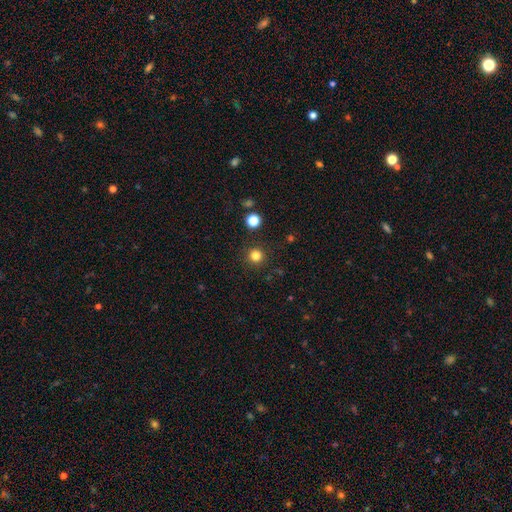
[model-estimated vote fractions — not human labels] Q: Smooth or featured?
A: smooth (82%); runner-up: star or artifact (14%)
Q: How rounded?
A: round (95%); runner-up: in between (4%)
Q: Merging?
A: none (91%); runner-up: minor disturbance (5%)